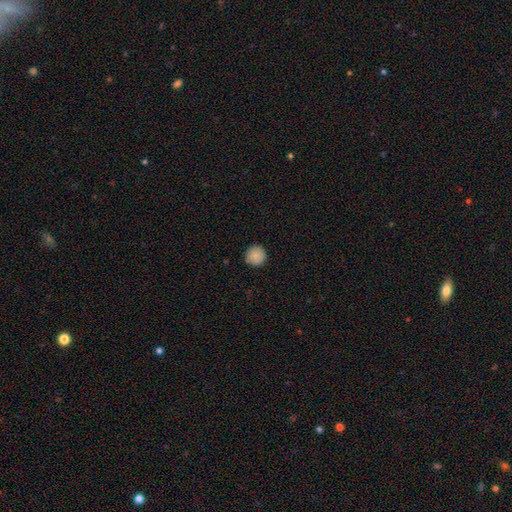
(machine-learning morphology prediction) type=smooth (88%); roundness=round (96%); merging=none (91%).